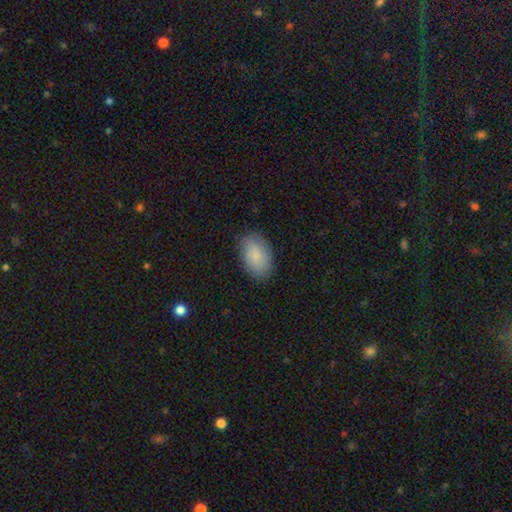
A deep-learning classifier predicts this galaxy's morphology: type=smooth (84%); roundness=in between (92%); merging=none (85%).